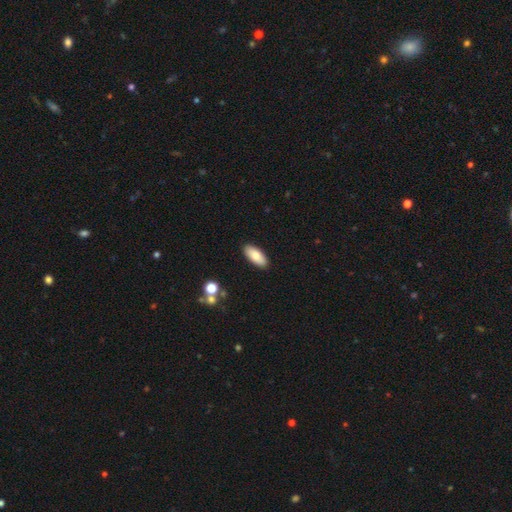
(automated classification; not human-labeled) Q: Smooth or featured?
A: smooth (80%); runner-up: featured or disk (13%)
Q: How rounded?
A: in between (84%); runner-up: cigar-shaped (14%)
Q: Merging?
A: none (89%); runner-up: minor disturbance (8%)